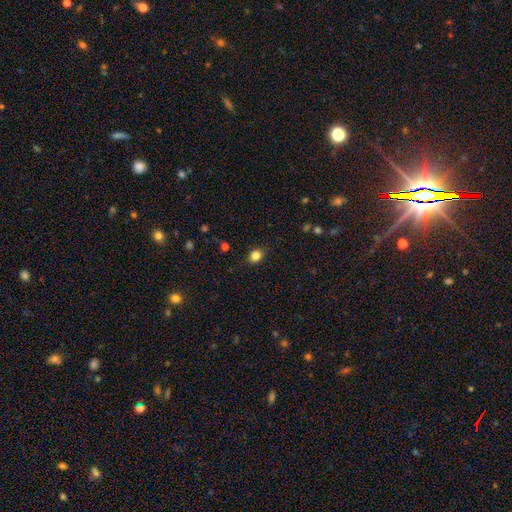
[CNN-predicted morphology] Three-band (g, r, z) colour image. It shows a smooth galaxy with no disk features (82%) that is round (58%). Merging: none (85%).